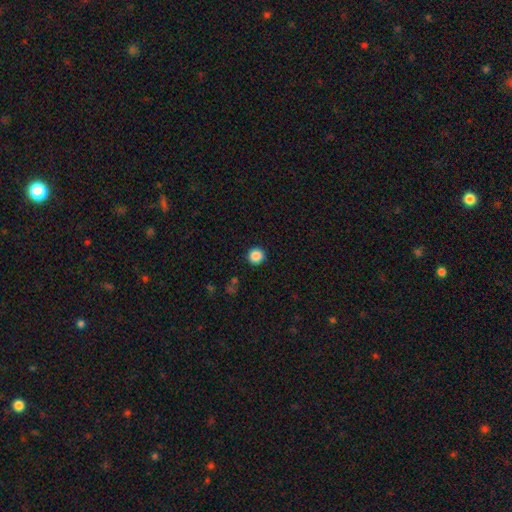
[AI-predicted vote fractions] smooth_or_featured: smooth (p=0.87) [alt: star or artifact p=0.10]
how_rounded: round (p=0.95) [alt: in between p=0.04]
merging: none (p=0.92) [alt: minor disturbance p=0.05]